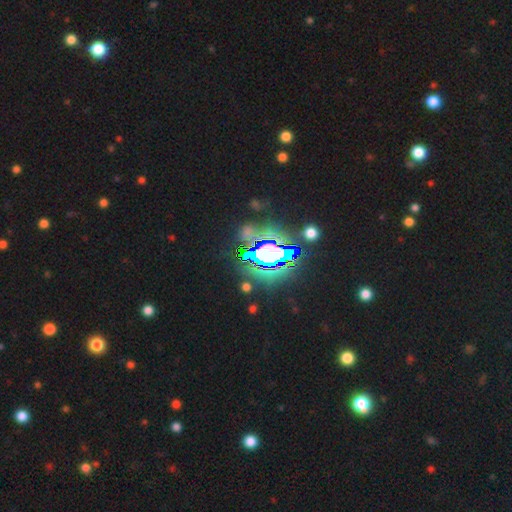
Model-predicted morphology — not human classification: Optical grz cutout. It shows a star or artifact, not a galaxy (71%).